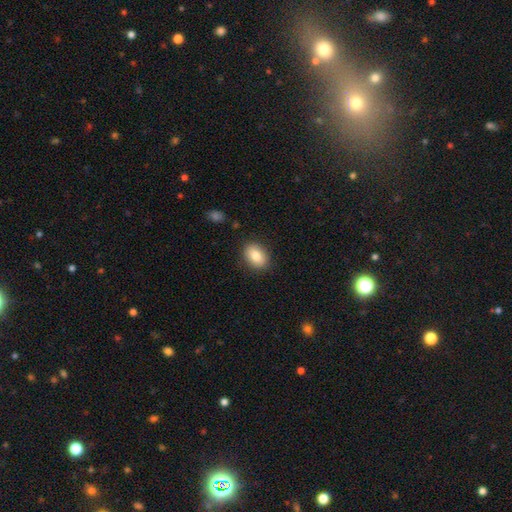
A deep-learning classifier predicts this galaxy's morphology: Smooth or featured? smooth (83%)
How rounded? in between (79%)
Merging? none (87%)